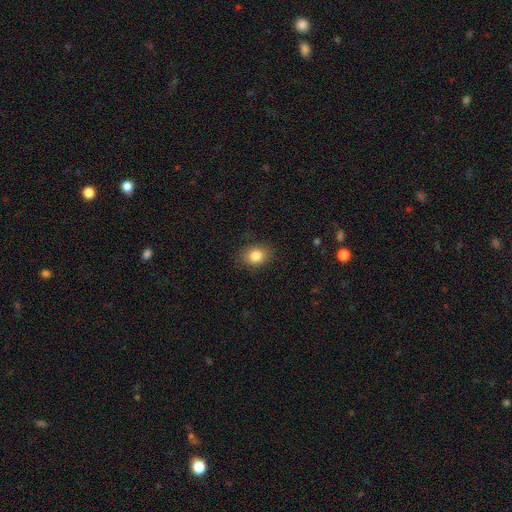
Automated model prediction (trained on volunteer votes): Smooth or featured: smooth — 84% (star or artifact — 10%)
How rounded: in between — 54% (round — 45%)
Merging: none — 85% (minor disturbance — 11%)